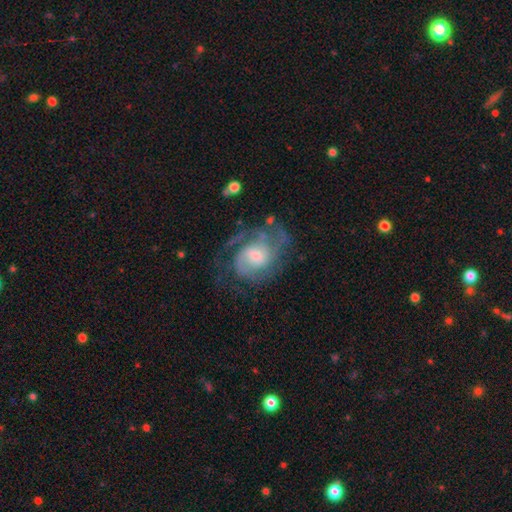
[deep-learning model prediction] featured or disk 81%, smooth 13%, star or artifact 6%. Down the decision tree: edge-on disk — no (97%); bar — no (52%); spiral arms — yes (91%); spiral arm count — 2 (34%); spiral winding — medium (43%, tied with tight); bulge size — moderate (45%); merging — none (55%).